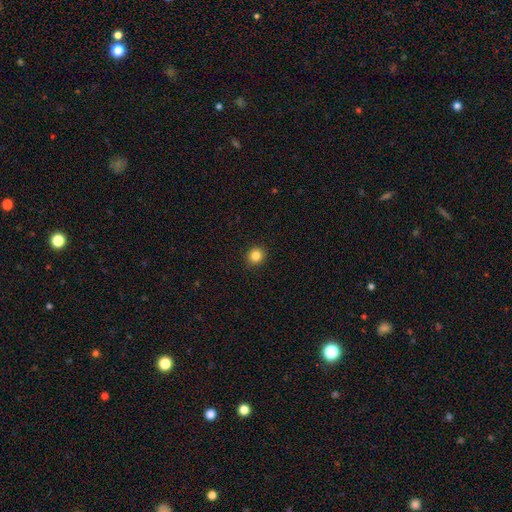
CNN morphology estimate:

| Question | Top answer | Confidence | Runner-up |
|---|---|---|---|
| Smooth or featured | smooth | 84% | star or artifact (11%) |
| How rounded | round | 88% | in between (11%) |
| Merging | none | 92% | minor disturbance (5%) |